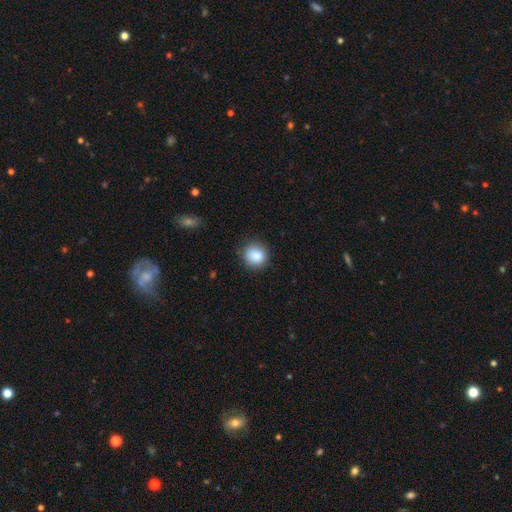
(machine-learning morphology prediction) This is clearly a smooth galaxy (86%). How rounded: clearly round (86%). Merging: clearly none (86%).